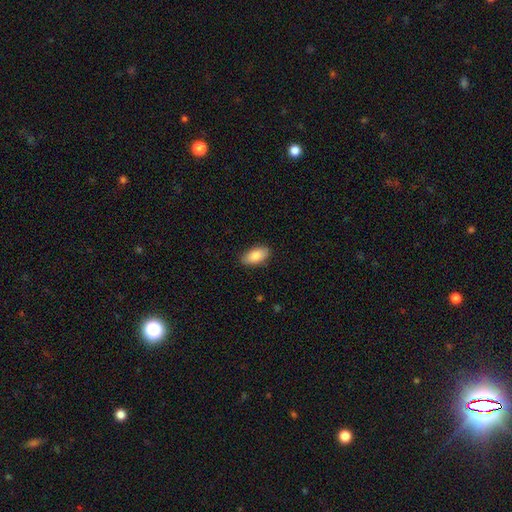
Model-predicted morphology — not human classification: This appears to be a smooth galaxy with no disk features (86%) that is in between round and cigar-shaped (93%). Merging: none (84%).